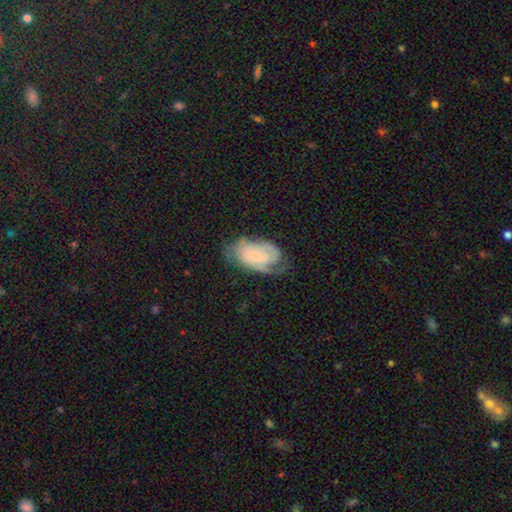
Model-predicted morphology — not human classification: smooth-or-featured: featured or disk: 60% | smooth: 33% | star or artifact: 7%
  disk-edge-on: no: 95% | yes: 5%
    bar: no: 56% | weak: 36% | strong: 7%
    has-spiral-arms: yes: 84% | no: 16%
    bulge-size: small: 53% | moderate: 34% | none: 8% | large: 4% | dominant: 1%
  merging: none: 50% | minor disturbance: 31% | major disturbance: 18% | merger: 2%